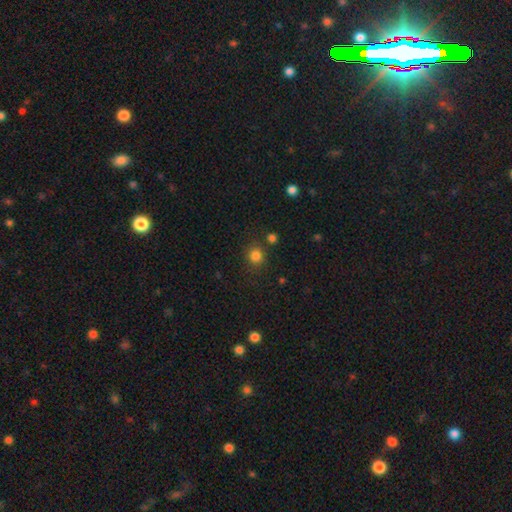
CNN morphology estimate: Smooth or featured? Predicted: smooth (p=0.82). How rounded? Predicted: round (p=0.87). Merging? Predicted: none (p=0.82).